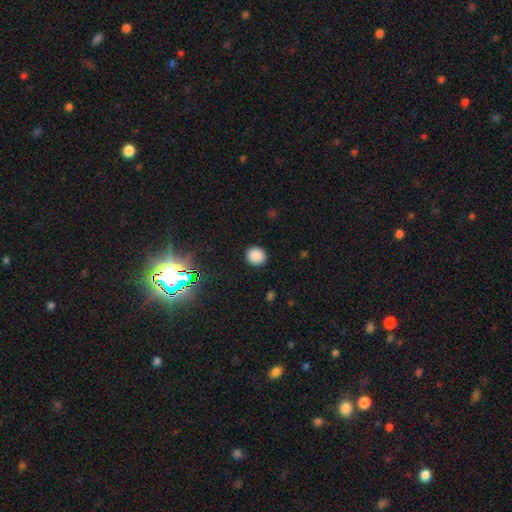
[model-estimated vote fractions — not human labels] Smooth or featured? smooth (85%)
How rounded? round (83%)
Merging? none (91%)